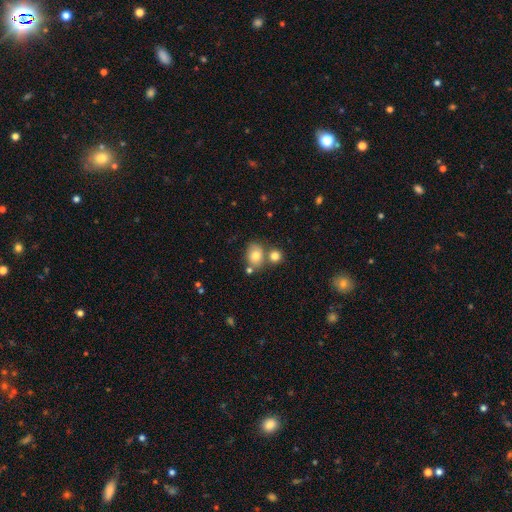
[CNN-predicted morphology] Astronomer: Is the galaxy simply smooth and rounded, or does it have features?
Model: smooth — 75%.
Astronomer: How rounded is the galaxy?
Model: round — 51% (runner-up: in between, 48%).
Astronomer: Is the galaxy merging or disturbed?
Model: none — 55%.